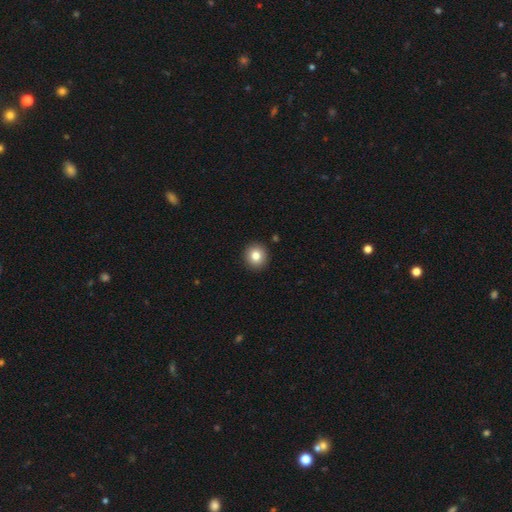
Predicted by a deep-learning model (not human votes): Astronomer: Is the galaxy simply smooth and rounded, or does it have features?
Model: smooth — 81%.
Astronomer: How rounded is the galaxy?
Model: round — 92%.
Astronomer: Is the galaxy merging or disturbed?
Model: none — 92%.